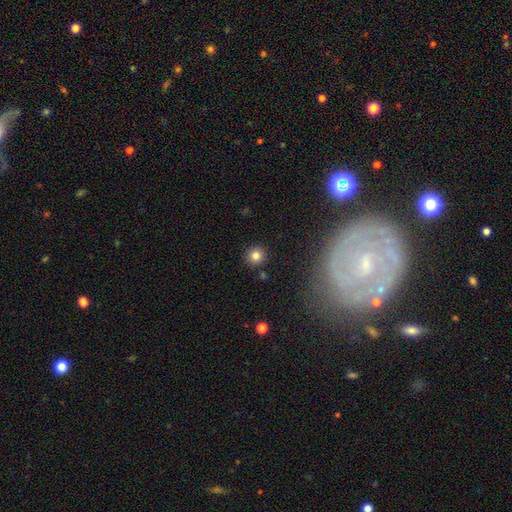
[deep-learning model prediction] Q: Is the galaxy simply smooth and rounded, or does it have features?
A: smooth — 81%.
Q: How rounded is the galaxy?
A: round — 92%.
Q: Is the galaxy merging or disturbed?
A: none — 89%.